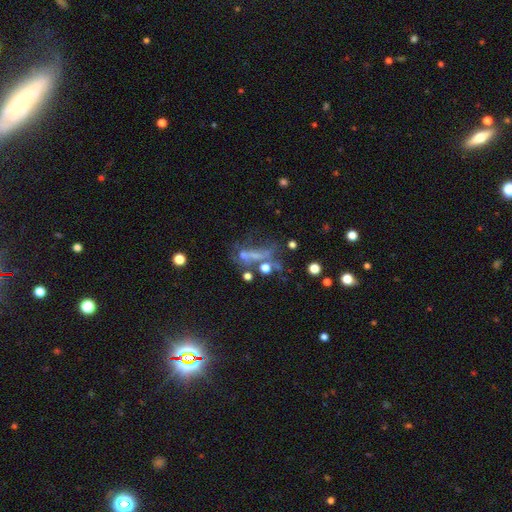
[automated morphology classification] smooth_or_featured: featured or disk (p=0.38) [alt: star or artifact p=0.33]
merging: major disturbance (p=0.33) [alt: none p=0.31]